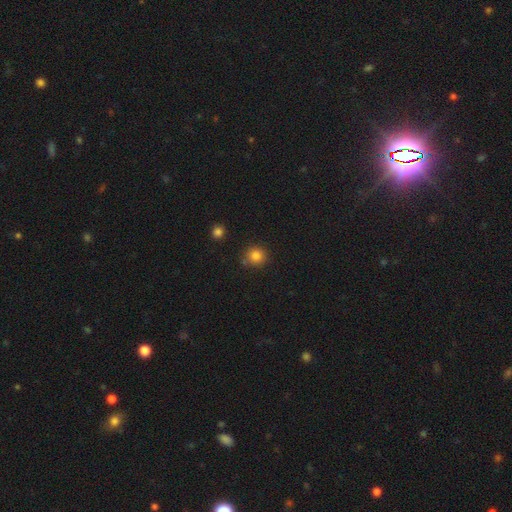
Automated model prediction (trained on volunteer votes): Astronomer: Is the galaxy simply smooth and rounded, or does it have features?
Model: smooth — 83%.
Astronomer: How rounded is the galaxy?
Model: round — 90%.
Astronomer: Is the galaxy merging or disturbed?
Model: none — 82%.